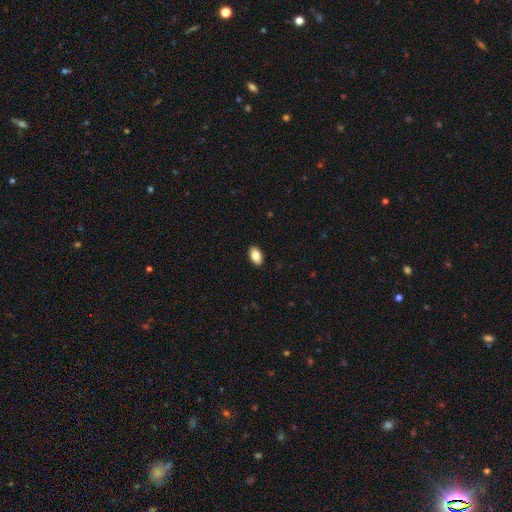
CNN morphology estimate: Smooth or featured?
  - smooth: 84% *
  - featured or disk: 9%
  - star or artifact: 7%
How rounded?
  - in between: 92% *
  - round: 6%
  - cigar-shaped: 2%
Merging?
  - none: 90% *
  - minor disturbance: 7%
  - major disturbance: 2%
  - merger: 1%